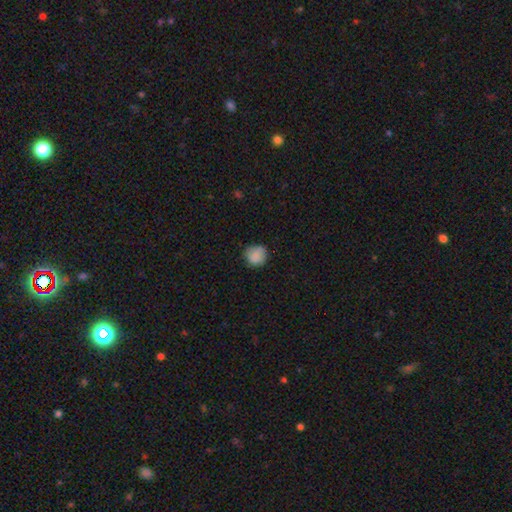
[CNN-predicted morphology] smooth-or-featured: smooth: 85% | star or artifact: 8% | featured or disk: 6%
  how-rounded: round: 88% | in between: 11% | cigar-shaped: 1%
  merging: none: 78% | minor disturbance: 17% | major disturbance: 4% | merger: 1%